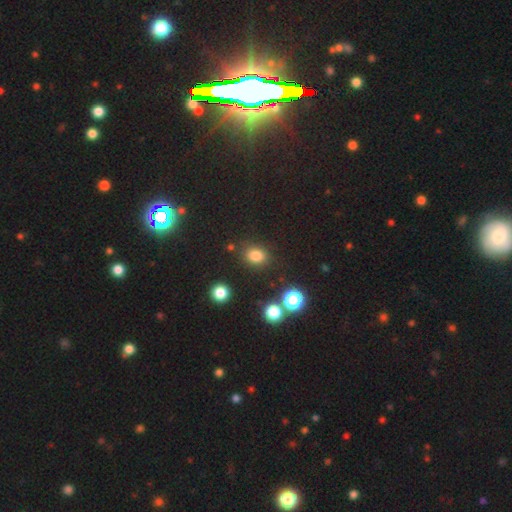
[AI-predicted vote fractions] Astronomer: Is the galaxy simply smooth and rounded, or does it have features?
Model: smooth — 79%.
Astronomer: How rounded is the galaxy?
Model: round — 53% (runner-up: in between, 46%).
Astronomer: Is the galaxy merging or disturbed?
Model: none — 82%.